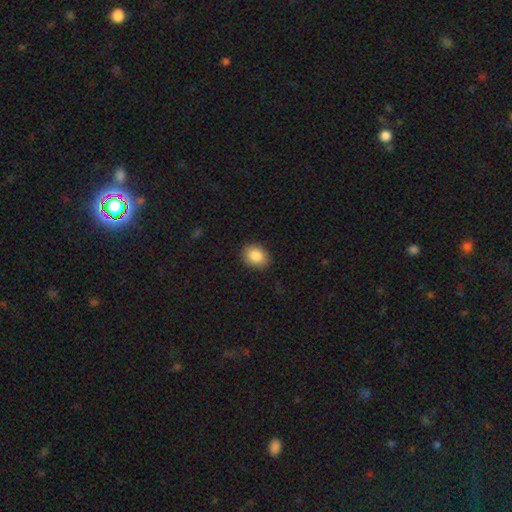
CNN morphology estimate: Smooth or featured: smooth — 86% (star or artifact — 8%)
How rounded: in between — 55% (round — 44%)
Merging: none — 89% (minor disturbance — 8%)